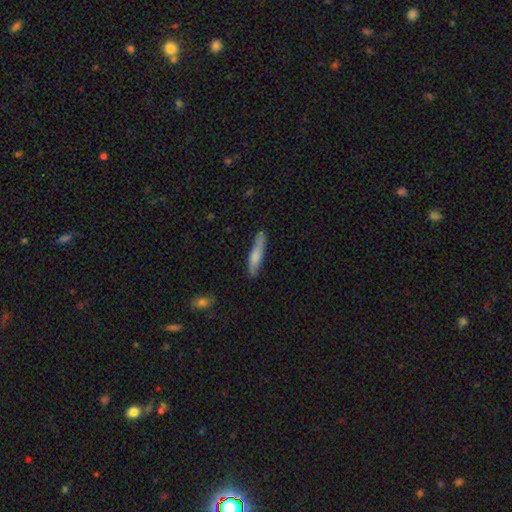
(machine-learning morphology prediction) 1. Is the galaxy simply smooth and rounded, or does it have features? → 69% smooth, 26% featured or disk, 6% star or artifact.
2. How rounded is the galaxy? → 86% cigar-shaped, 13% in between, 2% round.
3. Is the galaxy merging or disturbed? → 79% none, 16% minor disturbance, 3% major disturbance, 2% merger.